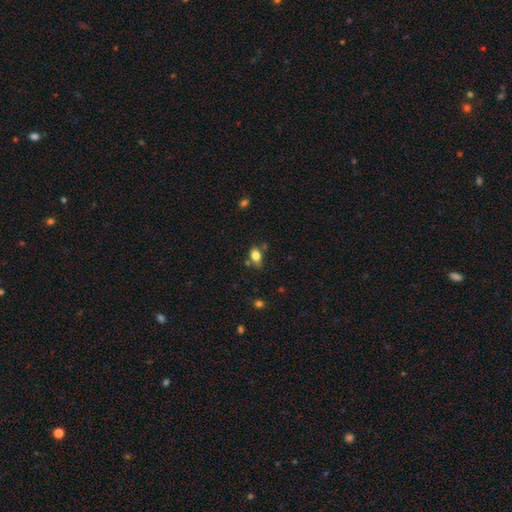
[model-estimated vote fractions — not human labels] smooth 79%, featured or disk 10%, star or artifact 10%. Down the decision tree: how rounded — in between (76%); merging — none (61%).